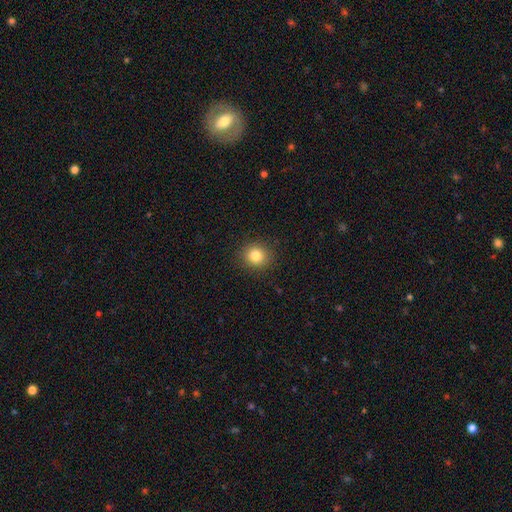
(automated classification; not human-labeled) Smooth or featured?
  - smooth: 82% *
  - star or artifact: 11%
  - featured or disk: 6%
How rounded?
  - round: 85% *
  - in between: 14%
  - cigar-shaped: 1%
Merging?
  - none: 91% *
  - minor disturbance: 6%
  - major disturbance: 2%
  - merger: 1%